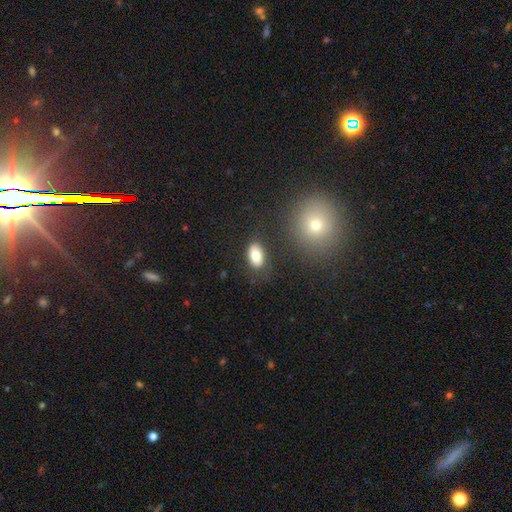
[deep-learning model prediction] Morphology: type=smooth (81%); roundness=in between (91%); merging=none (81%).